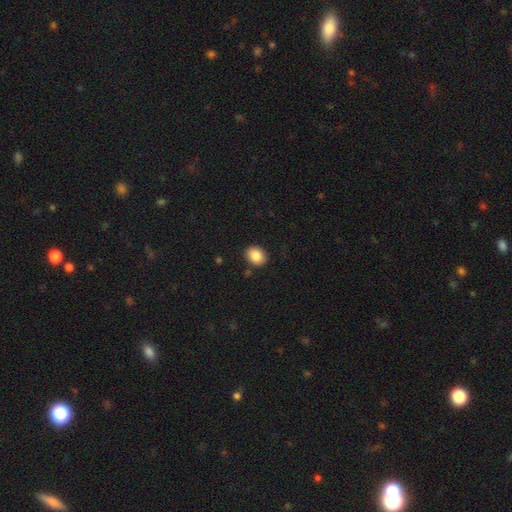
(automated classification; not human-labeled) Smooth or featured?
  - smooth: 87% *
  - star or artifact: 8%
  - featured or disk: 5%
How rounded?
  - in between: 50% *
  - round: 49%
  - cigar-shaped: 1%
Merging?
  - none: 88% *
  - minor disturbance: 8%
  - major disturbance: 2%
  - merger: 2%